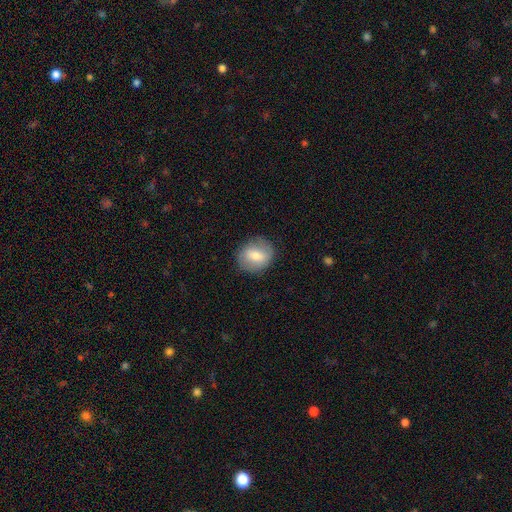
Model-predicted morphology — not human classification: The model was most divided on "smooth or featured": smooth: 62%, featured or disk: 30%, star or artifact: 7%. More confident: merging — none (82%); how rounded — round (69%).